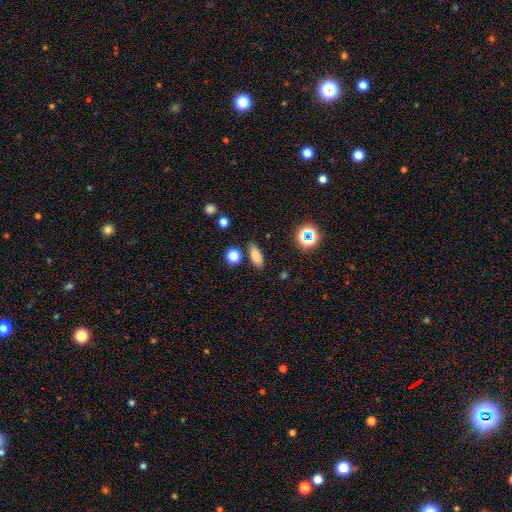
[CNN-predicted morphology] Smooth or featured? smooth (81%)
How rounded? in between (78%)
Merging? none (81%)